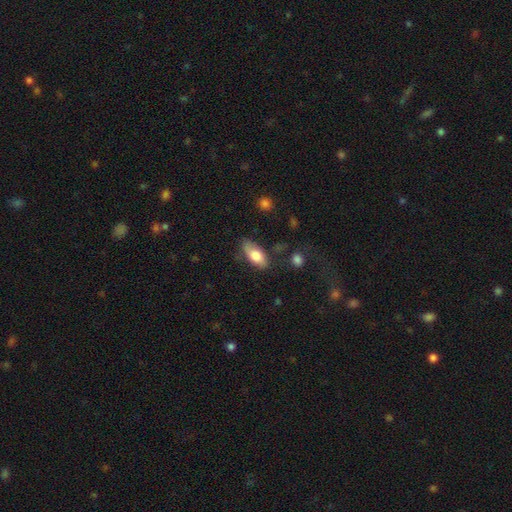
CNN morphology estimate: Smooth or featured? Predicted: smooth (p=0.77). How rounded? Predicted: in between (p=0.85). Merging? Predicted: none (p=0.69).